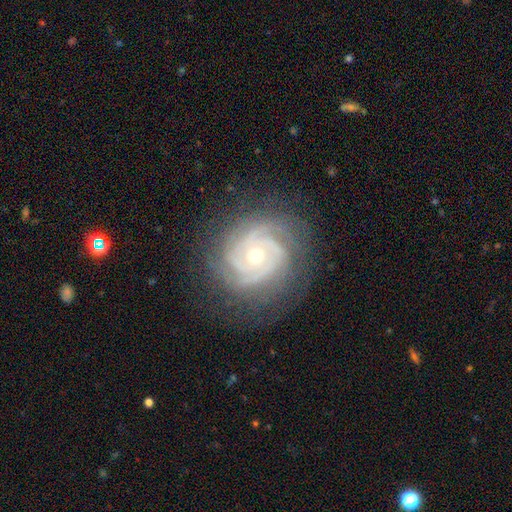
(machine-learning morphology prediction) smooth-or-featured: featured or disk: 90% | star or artifact: 5% | smooth: 5%
  disk-edge-on: no: 98% | yes: 2%
    bar: no: 75% | weak: 20% | strong: 6%
    has-spiral-arms: yes: 98% | no: 2%
      spiral-winding: tight: 74% | medium: 23% | loose: 3%
      spiral-arm-count: 3: 36% | 2: 18% | can't tell: 17% | 4: 16% | more than 4: 7% | 1: 6%
    bulge-size: small: 53% | moderate: 44% | large: 2% | none: 1% | dominant: 1%
  merging: none: 78% | minor disturbance: 15% | major disturbance: 6% | merger: 1%